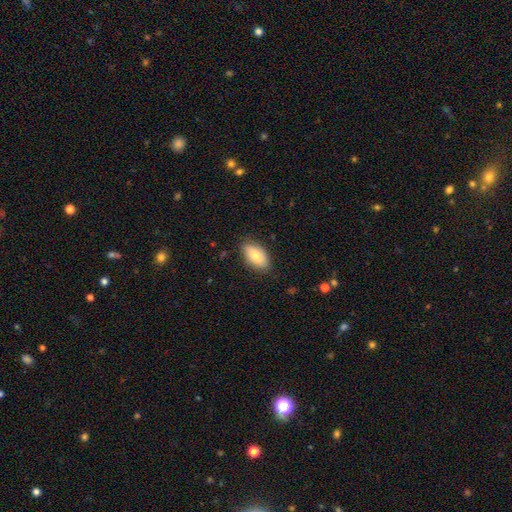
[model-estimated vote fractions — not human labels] Smooth or featured? Predicted: smooth (p=0.79). How rounded? Predicted: in between (p=0.92). Merging? Predicted: none (p=0.82).